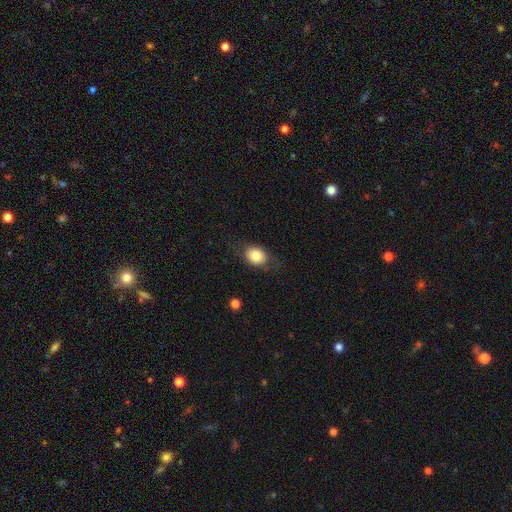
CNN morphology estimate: Q: Smooth or featured?
A: smooth (77%); runner-up: featured or disk (15%)
Q: How rounded?
A: in between (62%); runner-up: round (36%)
Q: Merging?
A: none (75%); runner-up: minor disturbance (16%)